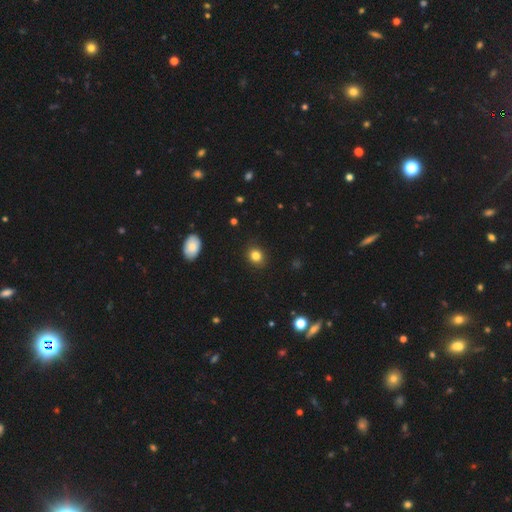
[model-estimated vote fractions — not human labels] This appears to be a smooth galaxy with no disk features (83%) that is round (71%). Merging: none (89%).